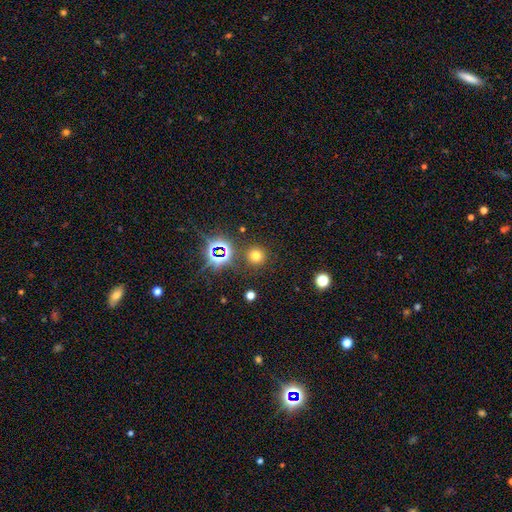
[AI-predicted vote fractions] Smooth or featured: smooth — 64% (star or artifact — 28%)
How rounded: round — 93% (in between — 6%)
Merging: none — 87% (minor disturbance — 7%)